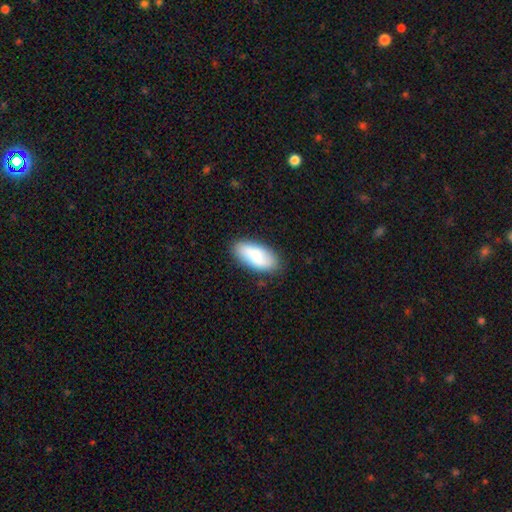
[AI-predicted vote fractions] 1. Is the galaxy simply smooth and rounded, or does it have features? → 80% smooth, 14% featured or disk, 6% star or artifact.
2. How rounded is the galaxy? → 90% in between, 8% cigar-shaped, 2% round.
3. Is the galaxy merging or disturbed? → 84% none, 12% minor disturbance, 3% major disturbance, 1% merger.